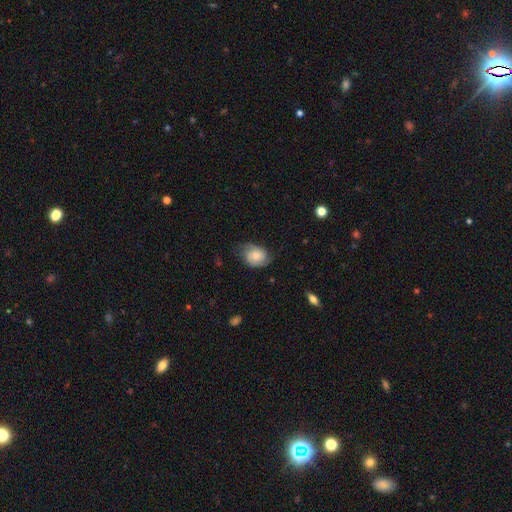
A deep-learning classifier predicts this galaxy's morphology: featured or disk 55%, smooth 37%, star or artifact 8%. Down the decision tree: edge-on disk — no (97%); bar — no (74%); spiral arms — yes (89%); bulge size — moderate (44%); merging — none (62%).